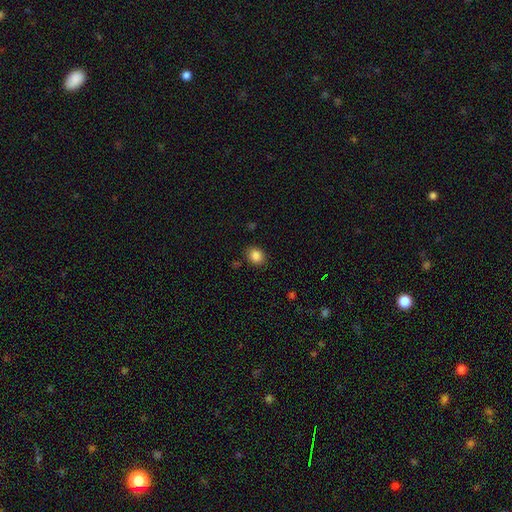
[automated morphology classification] smooth-or-featured: smooth: 86% | star or artifact: 10% | featured or disk: 4%
  how-rounded: round: 61% | in between: 38% | cigar-shaped: 1%
  merging: none: 87% | minor disturbance: 9% | major disturbance: 3% | merger: 2%